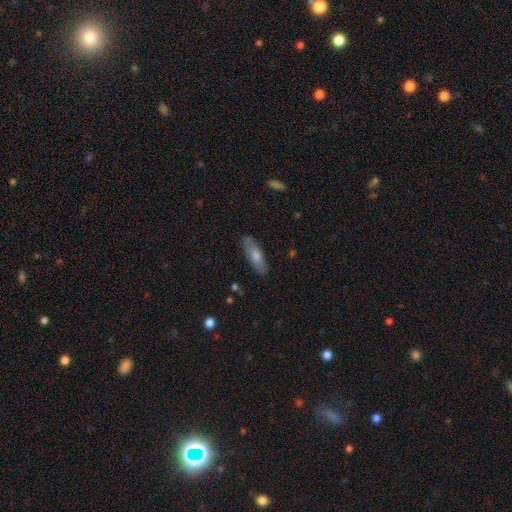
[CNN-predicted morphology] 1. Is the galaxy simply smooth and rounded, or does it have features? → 69% smooth, 25% featured or disk, 6% star or artifact.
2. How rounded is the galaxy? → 51% cigar-shaped, 47% in between, 2% round.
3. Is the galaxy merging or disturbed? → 83% none, 13% minor disturbance, 3% major disturbance, 1% merger.